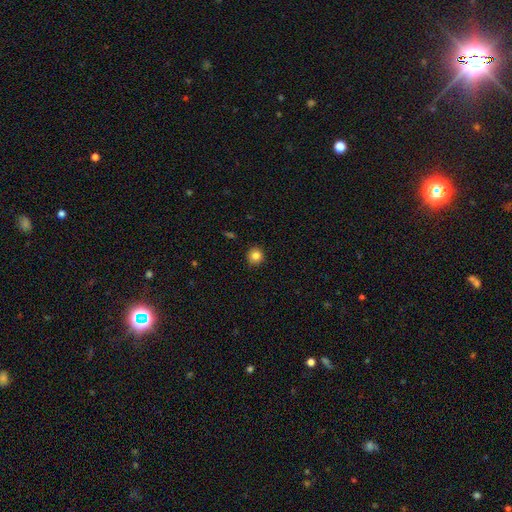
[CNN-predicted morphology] smooth 84%, star or artifact 11%, featured or disk 5%. Down the decision tree: how rounded — round (90%); merging — none (91%).